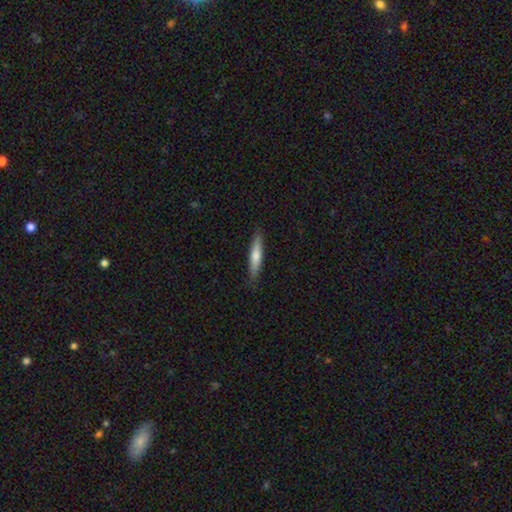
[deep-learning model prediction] Morphology: type=smooth (59%); roundness=cigar-shaped (90%); merging=none (88%).